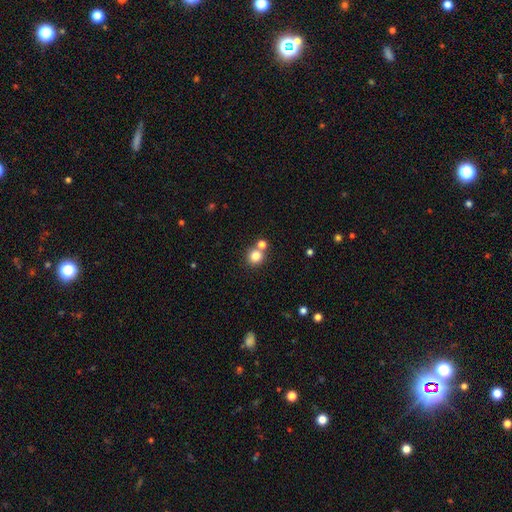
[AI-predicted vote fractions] smooth 81%, star or artifact 12%, featured or disk 7%. Down the decision tree: how rounded — round (91%); merging — none (66%).